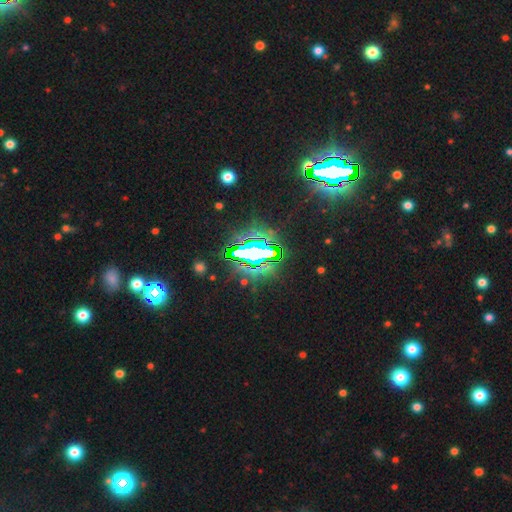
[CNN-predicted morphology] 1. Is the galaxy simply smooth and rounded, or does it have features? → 75% star or artifact, 13% smooth, 12% featured or disk.